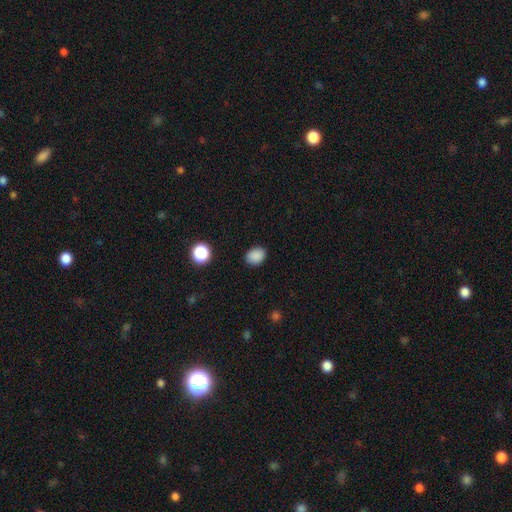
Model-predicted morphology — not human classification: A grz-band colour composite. It shows a smooth galaxy with no disk features (87%) that is in between round and cigar-shaped (60%). Merging: none (87%).